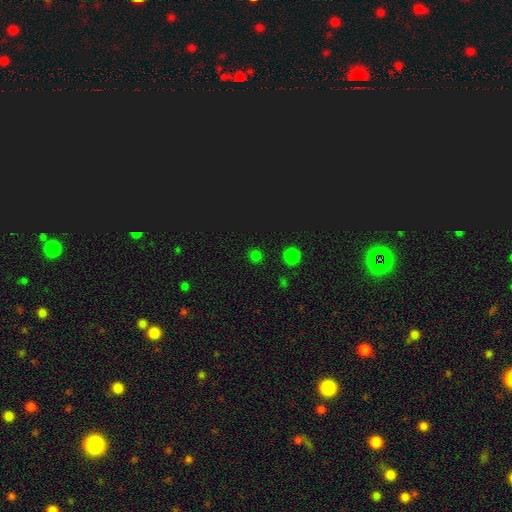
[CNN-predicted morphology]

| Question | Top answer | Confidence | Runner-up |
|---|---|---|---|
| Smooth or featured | smooth | 67% | star or artifact (29%) |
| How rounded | round | 93% | in between (6%) |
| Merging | none | 89% | minor disturbance (6%) |